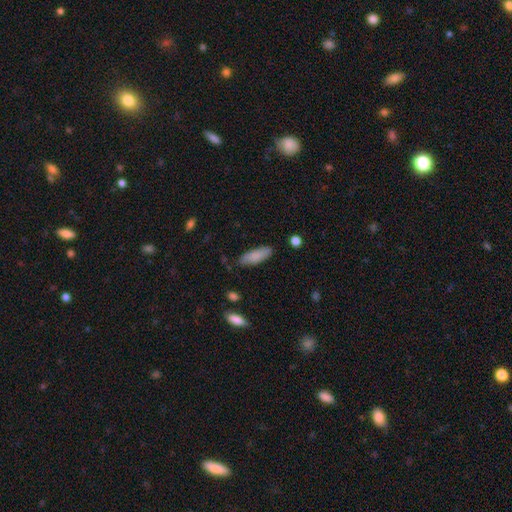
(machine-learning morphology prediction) The model was most divided on "how rounded": in between: 59%, cigar-shaped: 40%, round: 2%. More confident: smooth or featured — smooth (85%); merging — none (81%).